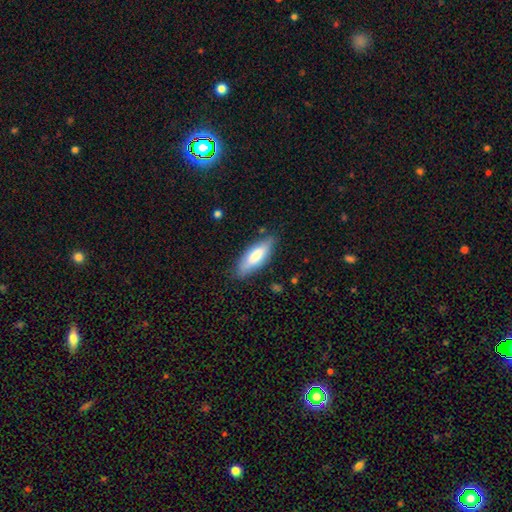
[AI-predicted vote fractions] This appears to be a smooth galaxy with no disk features (74%) that is in between round and cigar-shaped (63%). Merging: none (80%).